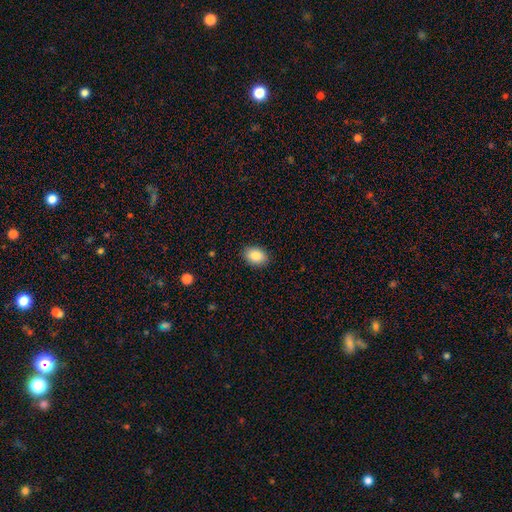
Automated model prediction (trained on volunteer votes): smooth 88%, star or artifact 7%, featured or disk 5%. Down the decision tree: how rounded — in between (82%); merging — none (89%).